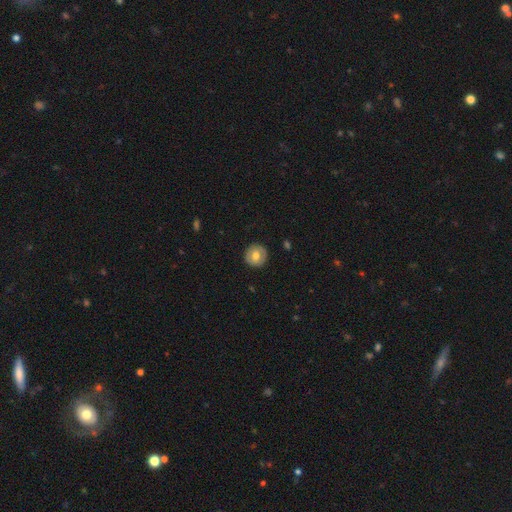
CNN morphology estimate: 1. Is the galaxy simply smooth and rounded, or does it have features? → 67% smooth, 27% featured or disk, 7% star or artifact.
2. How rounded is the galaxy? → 93% round, 6% in between, 1% cigar-shaped.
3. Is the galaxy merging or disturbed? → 90% none, 7% minor disturbance, 2% major disturbance, 1% merger.